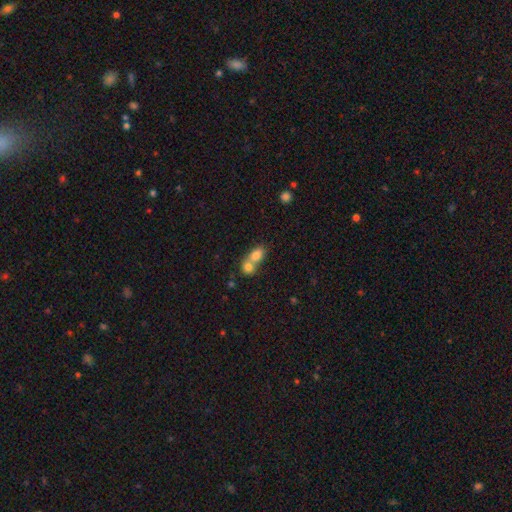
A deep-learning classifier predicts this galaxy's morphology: smooth-or-featured: smooth: 79% | featured or disk: 12% | star or artifact: 9%
  how-rounded: in between: 58% | round: 40% | cigar-shaped: 2%
  merging: merger: 70% | none: 23% | minor disturbance: 5% | major disturbance: 3%